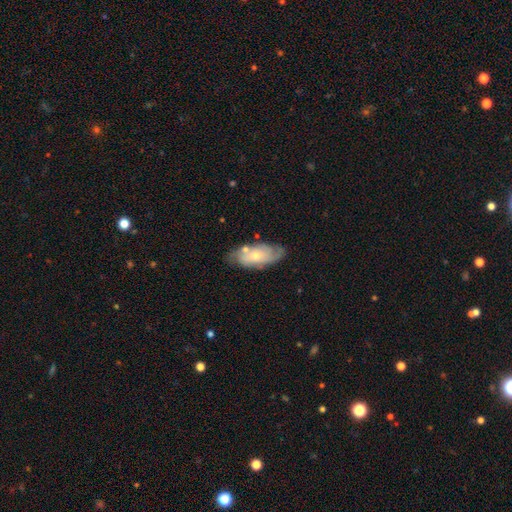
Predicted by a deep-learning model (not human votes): A featured or disk galaxy (53%). Merging: none (63%).